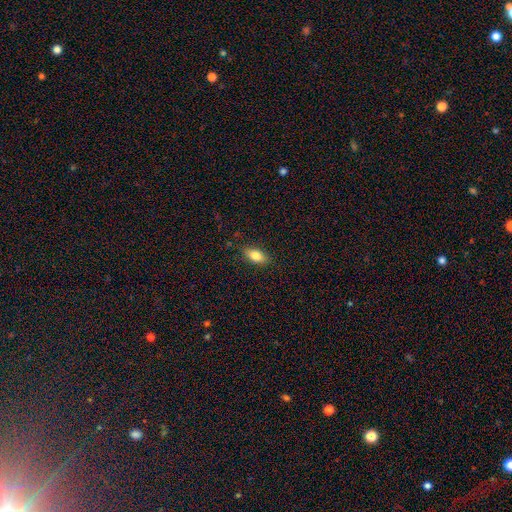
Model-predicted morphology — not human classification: This appears to be a smooth galaxy with no disk features (81%) that is in between round and cigar-shaped (87%). Merging: none (87%).